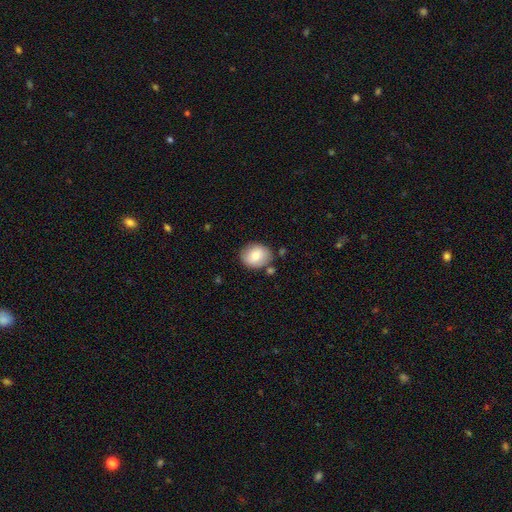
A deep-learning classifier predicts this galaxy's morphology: This is likely a smooth galaxy (79%). How rounded: possibly round (60%). Merging: likely none (78%).